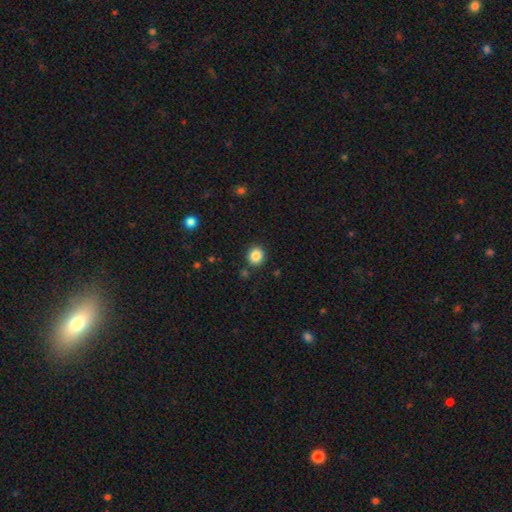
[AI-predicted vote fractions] Smooth or featured?
  - smooth: 86% *
  - star or artifact: 10%
  - featured or disk: 4%
How rounded?
  - round: 87% *
  - in between: 12%
  - cigar-shaped: 1%
Merging?
  - none: 88% *
  - minor disturbance: 7%
  - merger: 3%
  - major disturbance: 2%